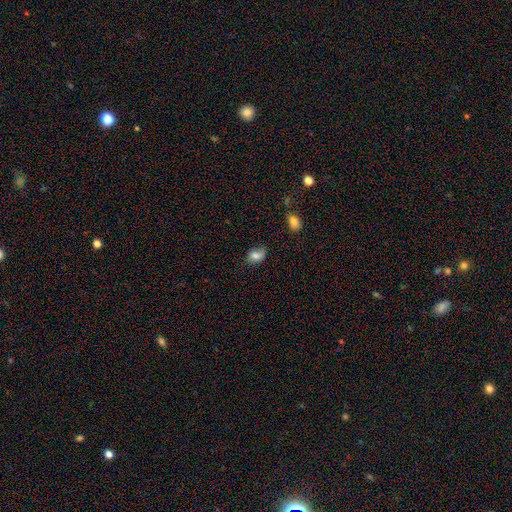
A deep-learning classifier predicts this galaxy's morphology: Smooth or featured: smooth — 77% (featured or disk — 13%)
How rounded: in between — 76% (round — 23%)
Merging: none — 54% (minor disturbance — 33%)